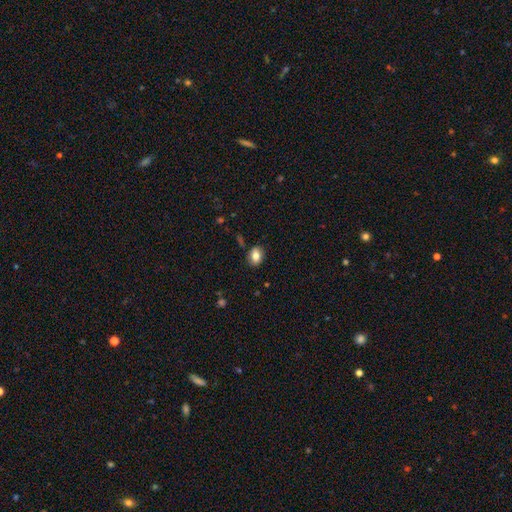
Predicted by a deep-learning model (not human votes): smooth_or_featured: smooth (p=0.81) [alt: featured or disk p=0.10]
how_rounded: in between (p=0.69) [alt: round p=0.30]
merging: none (p=0.84) [alt: minor disturbance p=0.12]